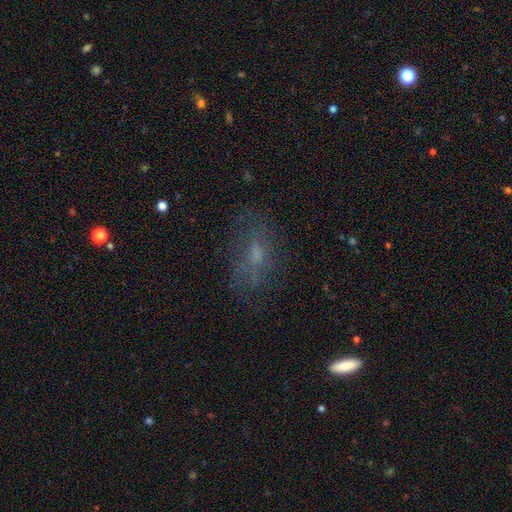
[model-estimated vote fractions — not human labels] A smooth galaxy with no disk features (46%).

Vote fractions:
- Smooth or featured? smooth: 46% / featured or disk: 35% / star or artifact: 18%
- Merging? none: 59% / minor disturbance: 21% / major disturbance: 18% / merger: 2%